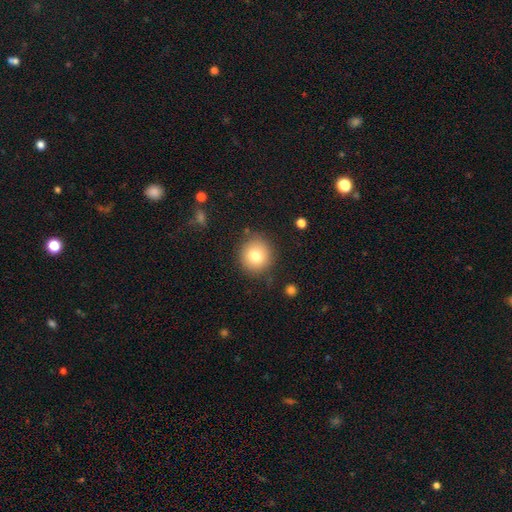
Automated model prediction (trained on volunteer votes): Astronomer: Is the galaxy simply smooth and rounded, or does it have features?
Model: smooth — 77%.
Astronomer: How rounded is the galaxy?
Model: round — 89%.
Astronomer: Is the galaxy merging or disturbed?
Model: none — 85%.